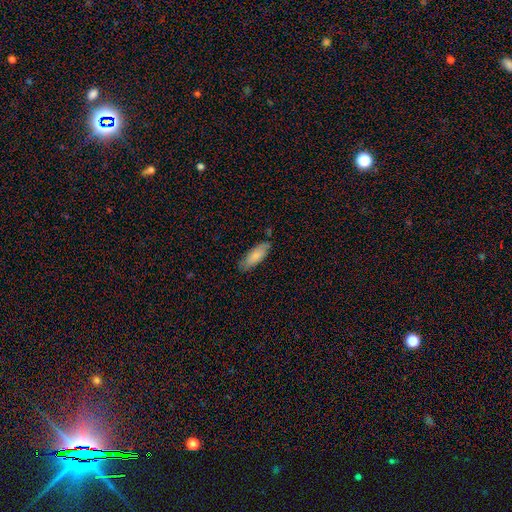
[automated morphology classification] Smooth or featured: smooth — 82% (featured or disk — 12%)
How rounded: in between — 67% (cigar-shaped — 32%)
Merging: none — 78% (minor disturbance — 17%)